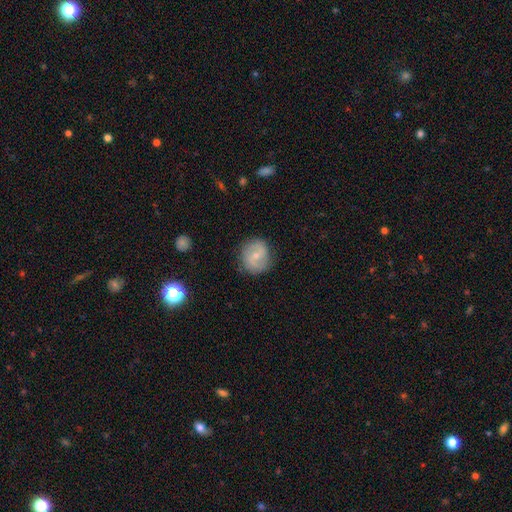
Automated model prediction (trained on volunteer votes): A featured or disk galaxy (54%) with no bar (46%), spiral arms (76%) and a small central bulge (61%).

Vote fractions:
- Smooth or featured? featured or disk: 54% / smooth: 38% / star or artifact: 8%
- Edge-on disk? no: 97% / yes: 3%
- Bar? no: 46% / weak: 42% / strong: 13%
- Spiral arms? yes: 76% / no: 24%
- Bulge size? small: 61% / moderate: 35% / none: 2% / large: 1% / dominant: 1%
- Merging? none: 79% / minor disturbance: 15% / major disturbance: 4% / merger: 1%